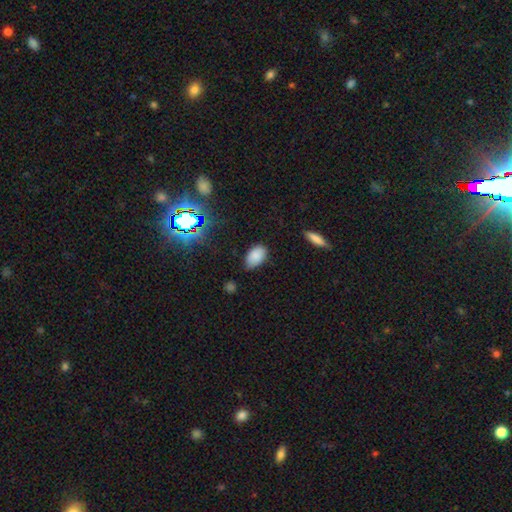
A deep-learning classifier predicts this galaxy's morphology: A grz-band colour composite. It shows a smooth galaxy with no disk features (82%) that is in between round and cigar-shaped (91%). Merging: none (69%).